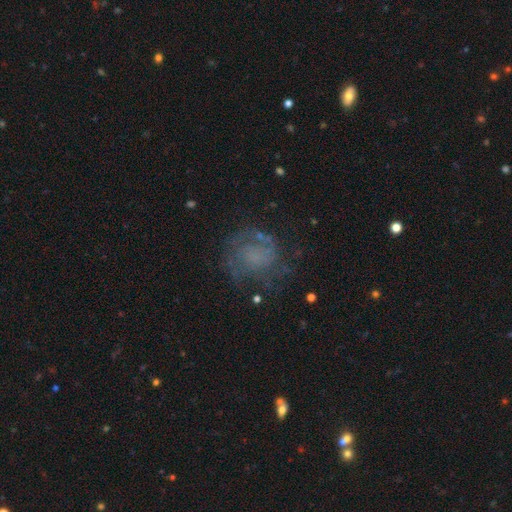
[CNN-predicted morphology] A featured or disk galaxy (56%) with no bar (78%), spiral arms (71%) and no central bulge (57%). Merging: none (62%).